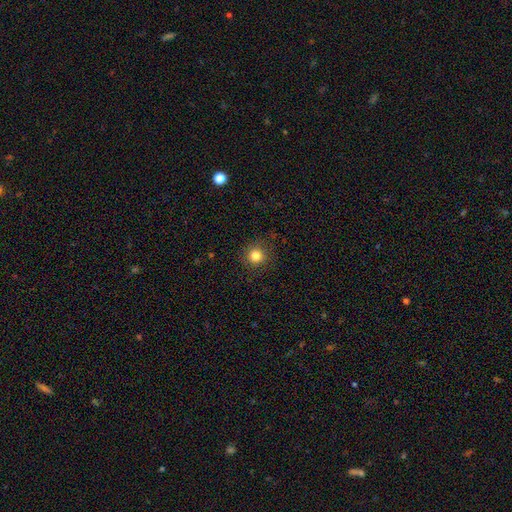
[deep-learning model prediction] Smooth or featured: smooth — 83% (star or artifact — 12%)
How rounded: round — 94% (in between — 5%)
Merging: none — 90% (minor disturbance — 7%)